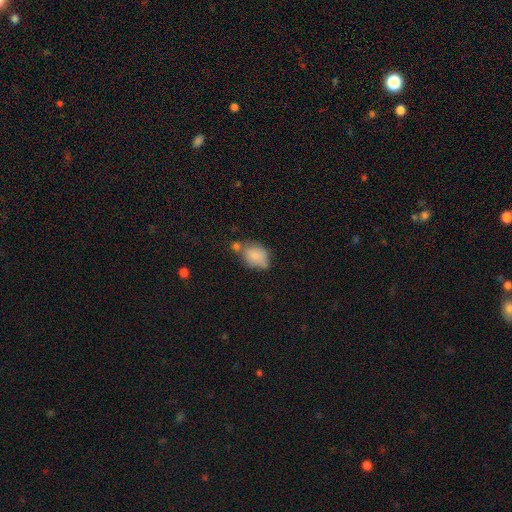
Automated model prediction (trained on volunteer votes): This is likely a smooth galaxy (78%). How rounded: likely in between (72%). Merging: marginally none (39%).